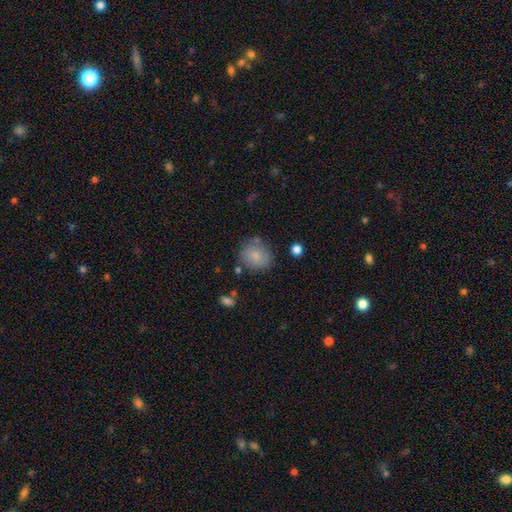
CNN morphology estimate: smooth_or_featured: smooth (p=0.81) [alt: featured or disk p=0.10]
how_rounded: round (p=0.82) [alt: in between p=0.17]
merging: none (p=0.78) [alt: minor disturbance p=0.13]